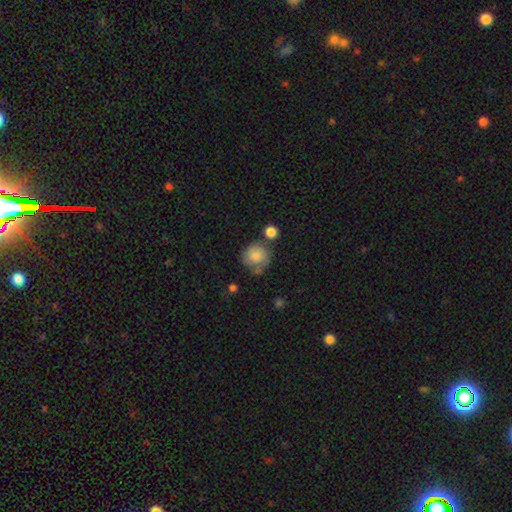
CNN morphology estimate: smooth-or-featured: smooth: 78% | featured or disk: 14% | star or artifact: 8%
  how-rounded: round: 89% | in between: 10% | cigar-shaped: 1%
  merging: none: 61% | minor disturbance: 20% | merger: 12% | major disturbance: 7%